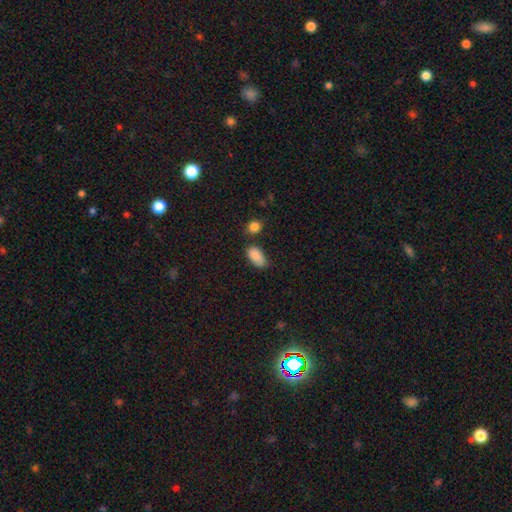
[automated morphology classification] A smooth galaxy with no disk features (86%) that is in between round and cigar-shaped (91%). Merging: none (58%).